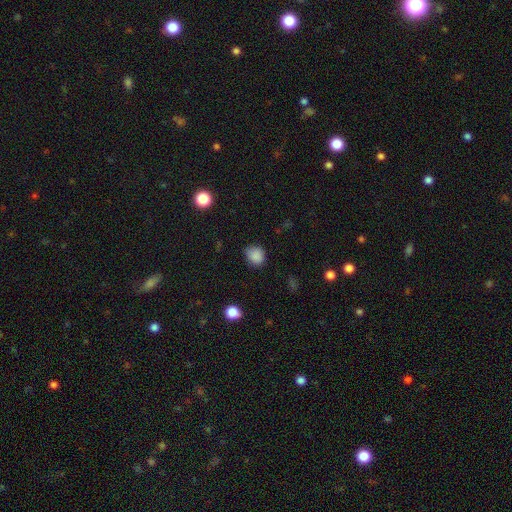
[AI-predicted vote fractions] Overall: smooth (85%). How rounded: round (64%; in between 35%). Merging: none (72%).